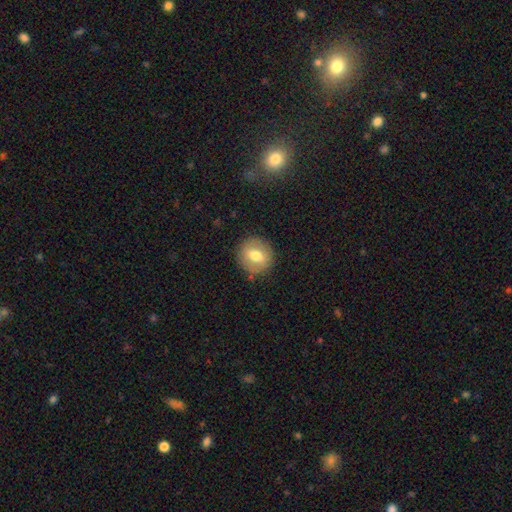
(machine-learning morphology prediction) Smooth or featured: smooth — 65% (featured or disk — 27%)
How rounded: round — 84% (in between — 15%)
Merging: none — 86% (minor disturbance — 10%)